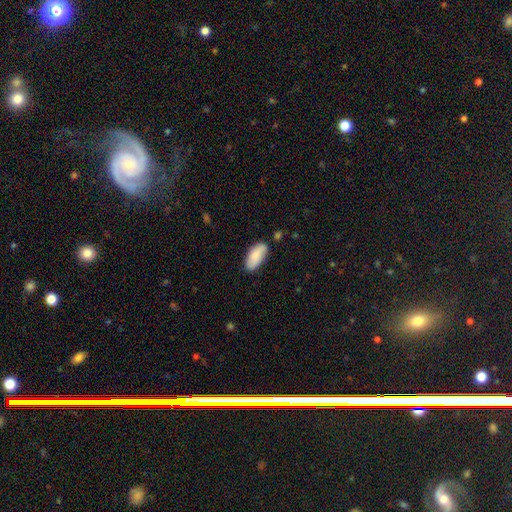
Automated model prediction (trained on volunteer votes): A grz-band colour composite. It shows a smooth galaxy with no disk features (85%) that is in between round and cigar-shaped (90%). Merging: none (82%).